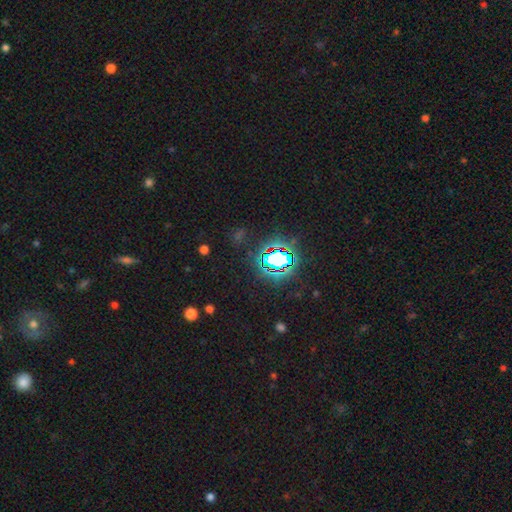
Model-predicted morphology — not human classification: Smooth or featured?
  - star or artifact: 82% *
  - smooth: 11%
  - featured or disk: 7%